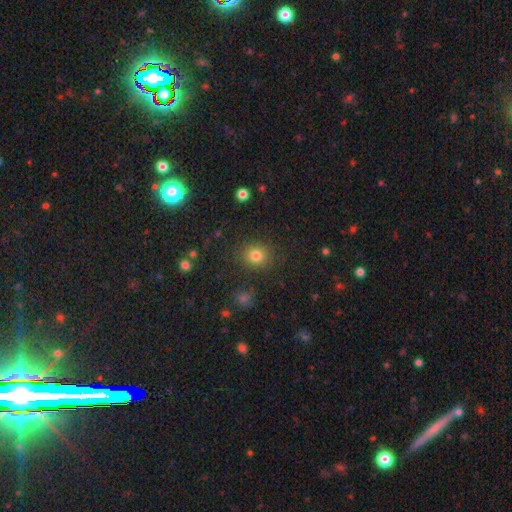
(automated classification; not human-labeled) smooth 79%, star or artifact 15%, featured or disk 6%. Down the decision tree: how rounded — round (77%); merging — none (86%).